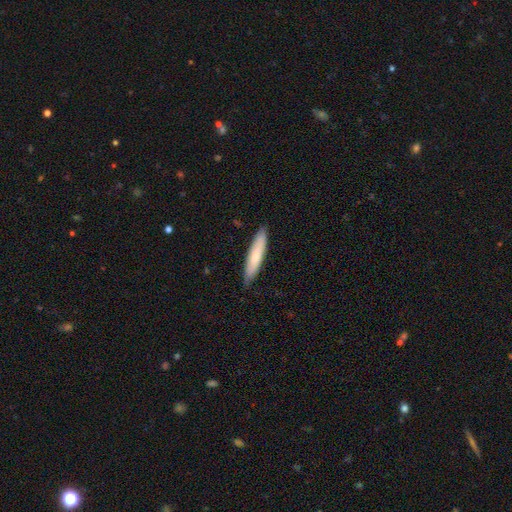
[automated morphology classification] A smooth galaxy with no disk features (69%) that is cigar-shaped (85%). Merging: none (87%).